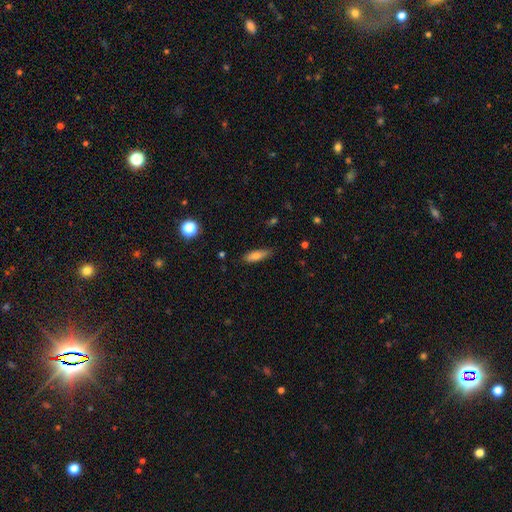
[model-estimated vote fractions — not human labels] Smooth or featured?
  - smooth: 74% *
  - featured or disk: 19%
  - star or artifact: 8%
How rounded?
  - cigar-shaped: 50% *
  - in between: 47%
  - round: 3%
Merging?
  - none: 80% *
  - minor disturbance: 16%
  - major disturbance: 3%
  - merger: 1%